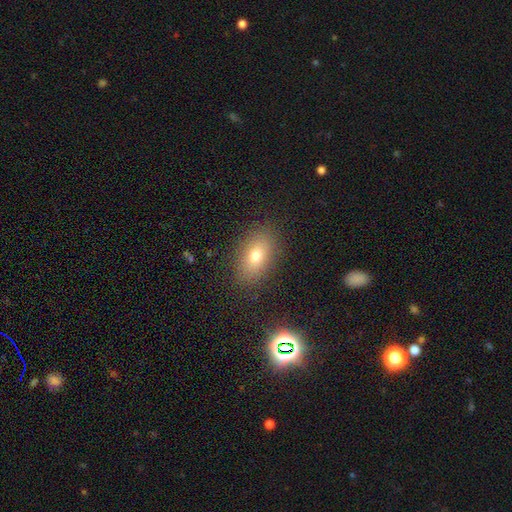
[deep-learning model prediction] smooth_or_featured: smooth (p=0.72) [alt: featured or disk p=0.15]
how_rounded: in between (p=0.86) [alt: round p=0.11]
merging: none (p=0.86) [alt: minor disturbance p=0.09]